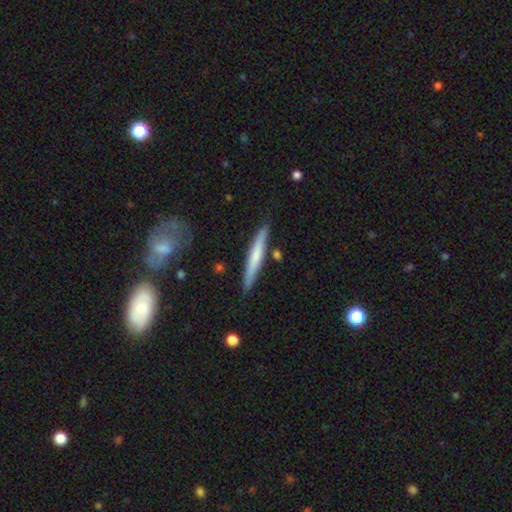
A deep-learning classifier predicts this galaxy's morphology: Smooth or featured? Predicted: smooth (p=0.58). How rounded? Predicted: cigar-shaped (p=0.95). Merging? Predicted: none (p=0.85).